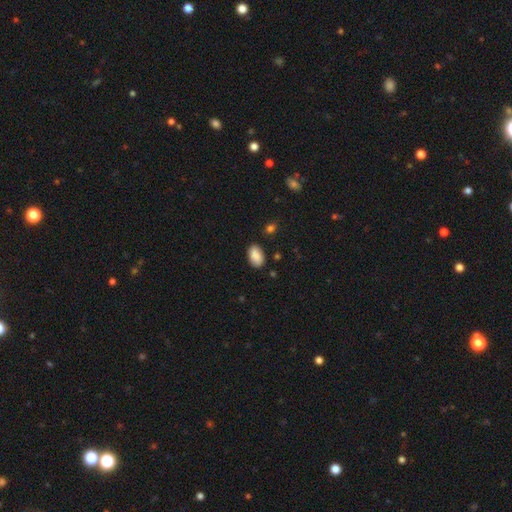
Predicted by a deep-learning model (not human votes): This appears to be a smooth galaxy with no disk features (89%) that is in between round and cigar-shaped (94%). Merging: none (85%).